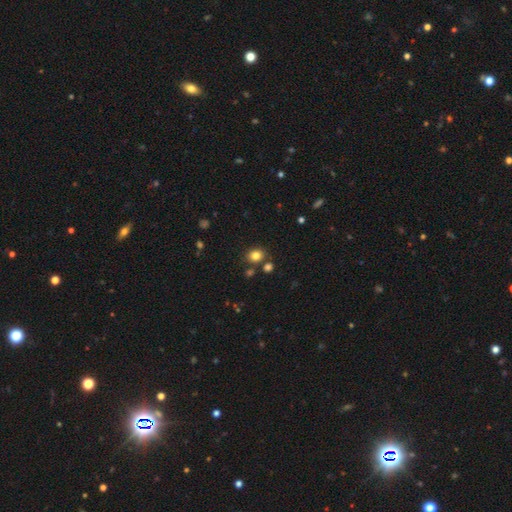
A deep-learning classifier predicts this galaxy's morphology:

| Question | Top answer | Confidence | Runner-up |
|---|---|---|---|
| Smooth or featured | smooth | 81% | star or artifact (13%) |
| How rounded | round | 63% | in between (36%) |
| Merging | none | 77% | minor disturbance (10%) |